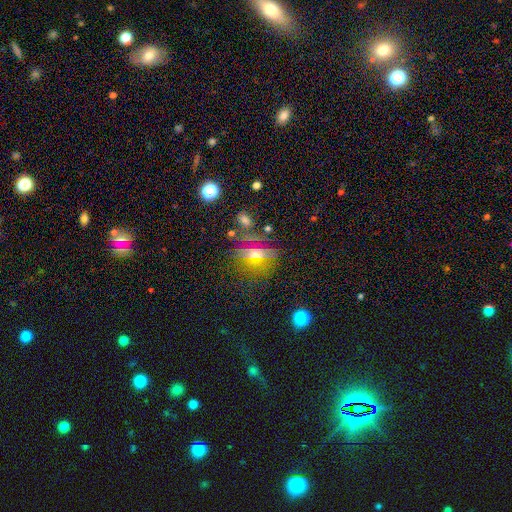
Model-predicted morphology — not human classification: This is possibly a smooth galaxy (45%). Merging: likely none (73%).